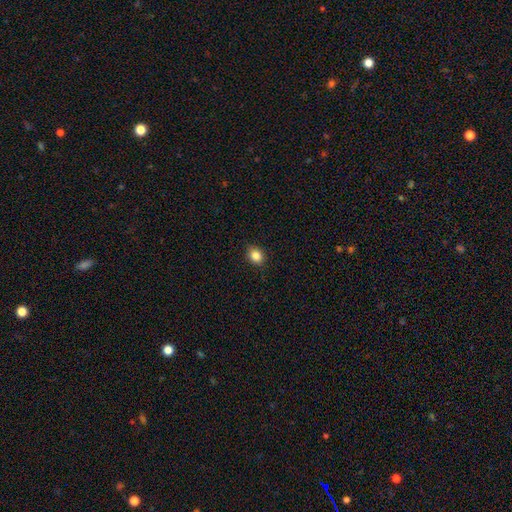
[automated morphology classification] smooth-or-featured: smooth: 85% | star or artifact: 10% | featured or disk: 5%
  how-rounded: round: 52% | in between: 48% | cigar-shaped: 1%
  merging: none: 89% | minor disturbance: 8% | major disturbance: 2% | merger: 1%